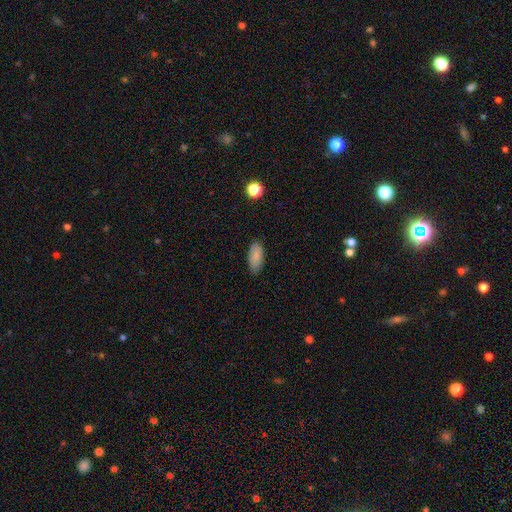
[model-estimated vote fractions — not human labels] Overall: smooth (86%). How rounded: in between (88%). Merging: none (83%).